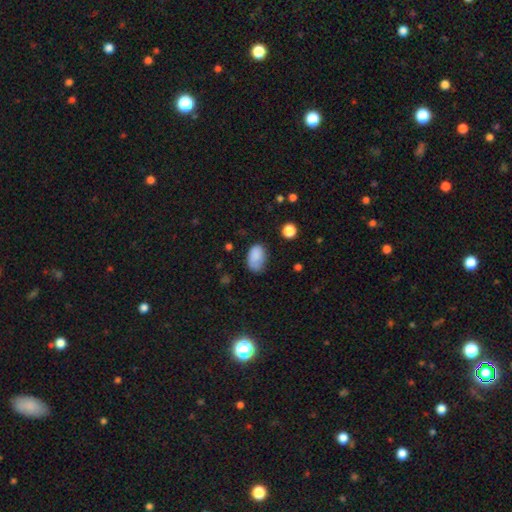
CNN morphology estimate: A smooth galaxy with no disk features (83%) that is in between round and cigar-shaped (89%).

Vote fractions:
- Smooth or featured? smooth: 83% / star or artifact: 9% / featured or disk: 8%
- How rounded? in between: 89% / round: 10% / cigar-shaped: 1%
- Merging? none: 56% / minor disturbance: 32% / major disturbance: 10% / merger: 3%